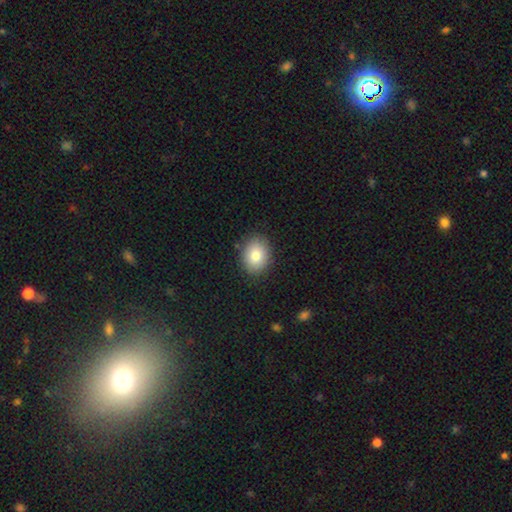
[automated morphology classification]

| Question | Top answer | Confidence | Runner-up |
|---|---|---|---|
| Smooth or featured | smooth | 82% | featured or disk (10%) |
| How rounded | in between | 61% | round (38%) |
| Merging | none | 87% | minor disturbance (10%) |